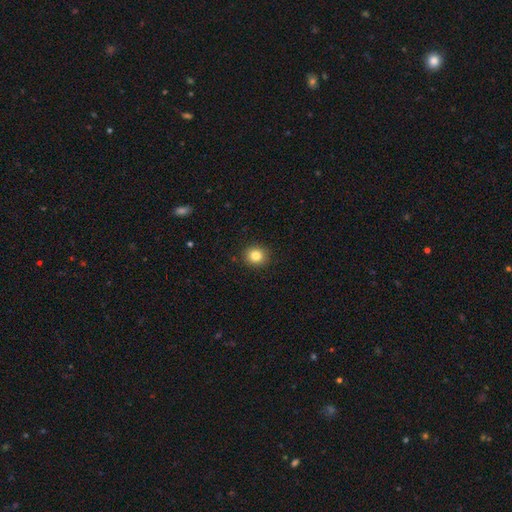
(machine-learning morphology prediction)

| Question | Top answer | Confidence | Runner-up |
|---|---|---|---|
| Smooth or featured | smooth | 83% | star or artifact (11%) |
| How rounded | round | 83% | in between (16%) |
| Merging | none | 91% | minor disturbance (6%) |